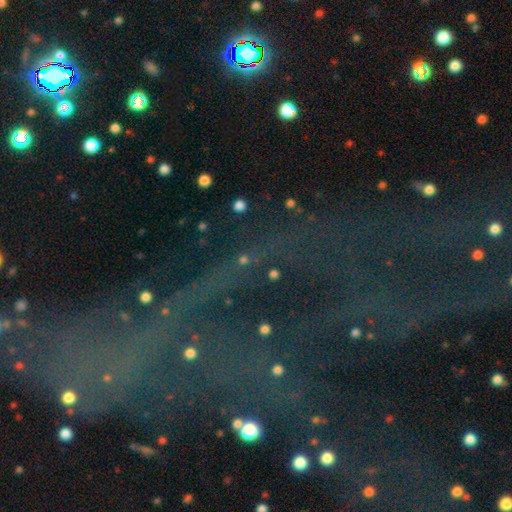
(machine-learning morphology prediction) The model was most divided on "smooth or featured": star or artifact: 76%, featured or disk: 13%, smooth: 11%.